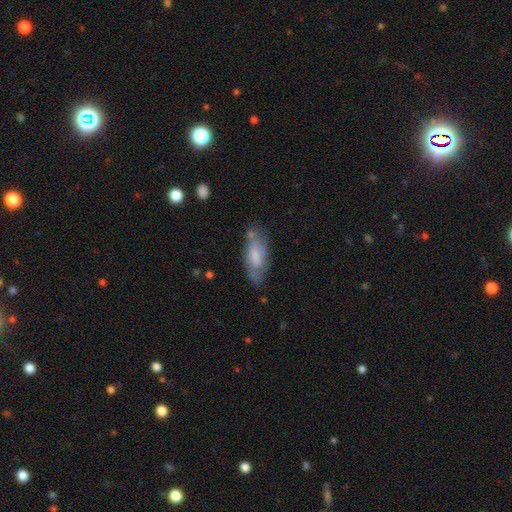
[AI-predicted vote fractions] Smooth or featured: smooth — 53% (featured or disk — 40%)
How rounded: in between — 74% (cigar-shaped — 24%)
Merging: none — 62% (minor disturbance — 25%)